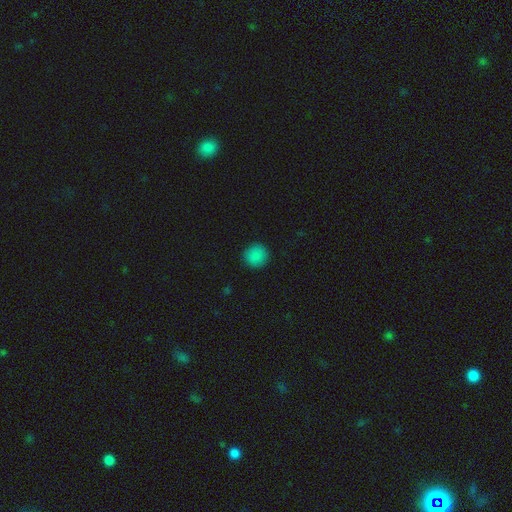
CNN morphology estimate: This is clearly a smooth galaxy (87%). How rounded: clearly round (94%). Merging: clearly none (91%).